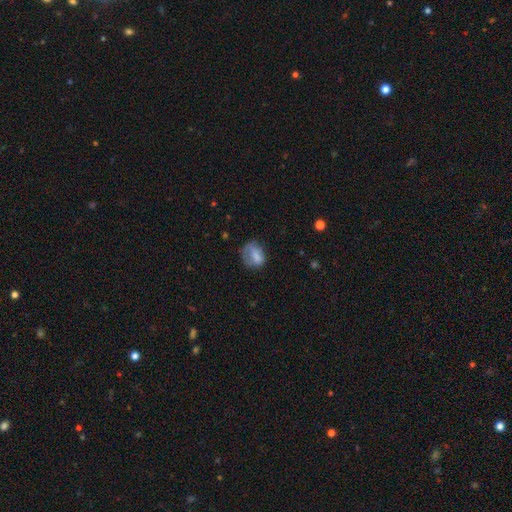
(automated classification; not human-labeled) A smooth galaxy with no disk features (69%) that is in between round and cigar-shaped (58%).

Vote fractions:
- Smooth or featured? smooth: 69% / featured or disk: 22% / star or artifact: 9%
- How rounded? in between: 58% / round: 40% / cigar-shaped: 2%
- Merging? none: 44% / minor disturbance: 30% / major disturbance: 24% / merger: 2%